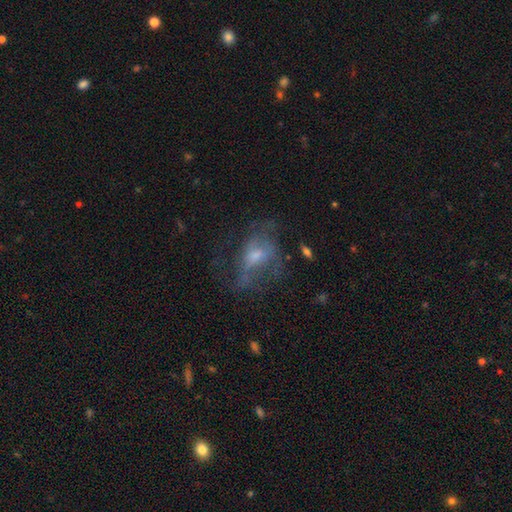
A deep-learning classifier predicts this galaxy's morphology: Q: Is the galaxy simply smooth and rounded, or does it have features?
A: featured or disk — 53%.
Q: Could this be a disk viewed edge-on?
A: no — 94%.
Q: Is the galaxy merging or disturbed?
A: major disturbance — 39%.